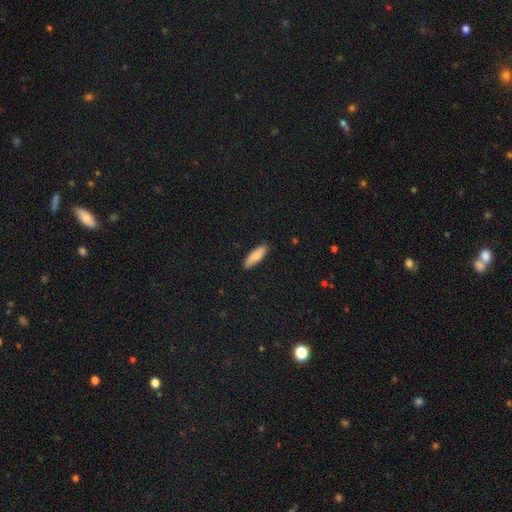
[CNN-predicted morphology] Overall: smooth (80%). How rounded: in between (51%; cigar-shaped 47%). Merging: none (86%).